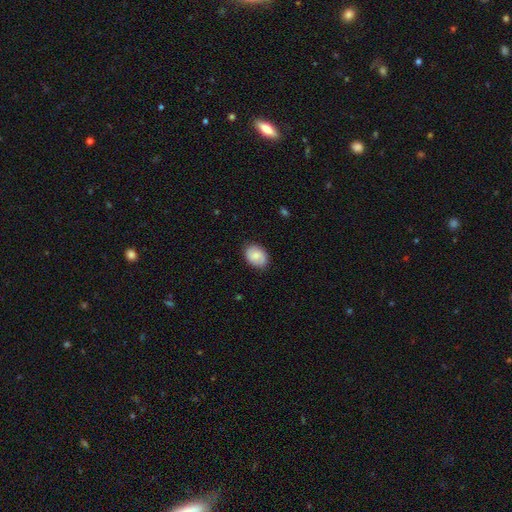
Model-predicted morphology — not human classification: A smooth galaxy with no disk features (75%) that is in between round and cigar-shaped (71%).

Vote fractions:
- Smooth or featured? smooth: 75% / featured or disk: 18% / star or artifact: 7%
- How rounded? in between: 71% / round: 28% / cigar-shaped: 1%
- Merging? none: 84% / minor disturbance: 13% / major disturbance: 3% / merger: 1%